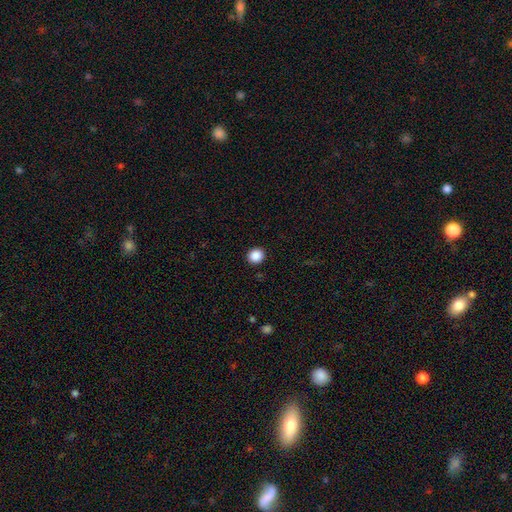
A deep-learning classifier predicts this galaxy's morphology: smooth-or-featured: smooth: 88% | star or artifact: 9% | featured or disk: 2%
  how-rounded: round: 87% | in between: 12% | cigar-shaped: 1%
  merging: none: 92% | minor disturbance: 5% | major disturbance: 2% | merger: 1%